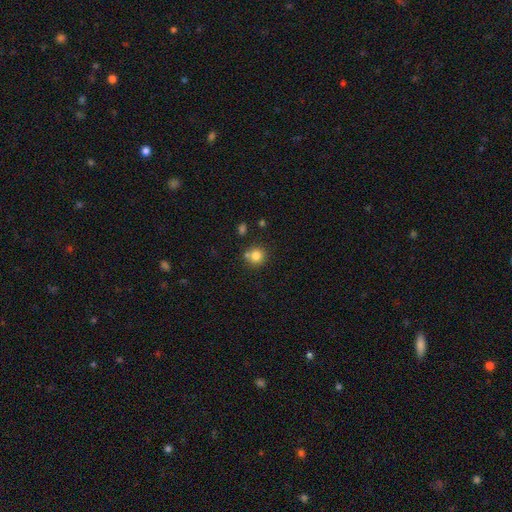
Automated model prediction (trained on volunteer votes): Morphology: type=smooth (81%); roundness=round (91%); merging=none (71%).